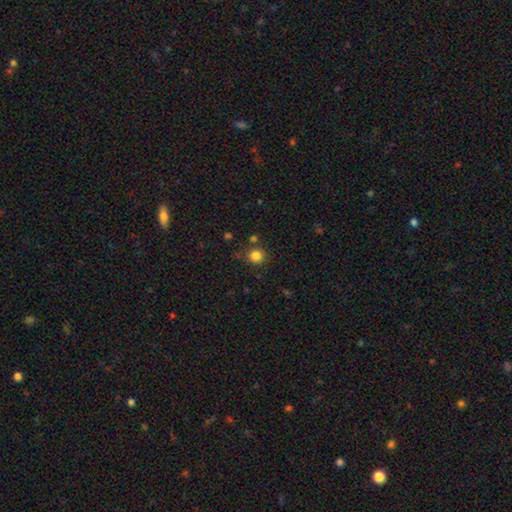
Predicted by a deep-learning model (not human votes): smooth_or_featured: smooth (p=0.84) [alt: star or artifact p=0.12]
how_rounded: round (p=0.92) [alt: in between p=0.07]
merging: none (p=0.81) [alt: minor disturbance p=0.10]